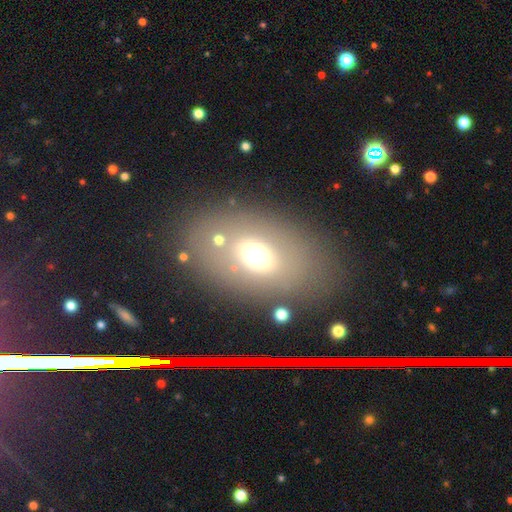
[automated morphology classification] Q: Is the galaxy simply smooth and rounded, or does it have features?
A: smooth — 61%.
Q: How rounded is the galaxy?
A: in between — 77%.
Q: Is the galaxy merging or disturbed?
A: none — 75%.